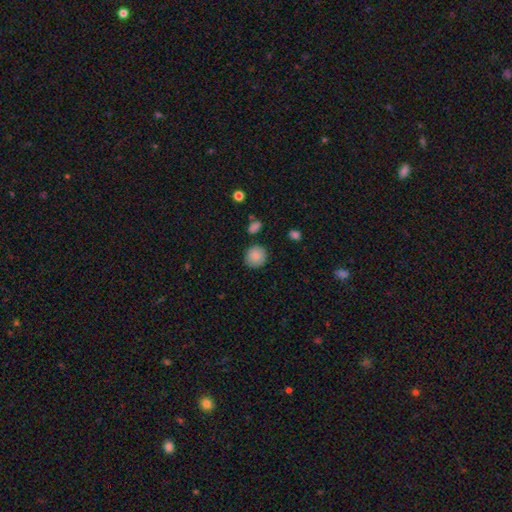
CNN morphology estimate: type=smooth (86%); roundness=round (88%); merging=none (85%).